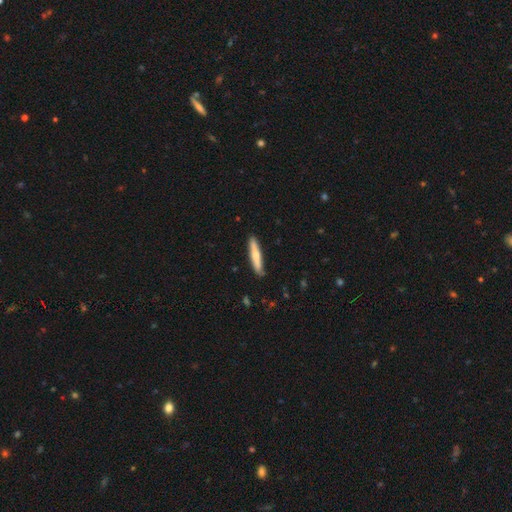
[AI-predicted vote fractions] A smooth galaxy with no disk features (66%) that is cigar-shaped (91%). Merging: none (88%).